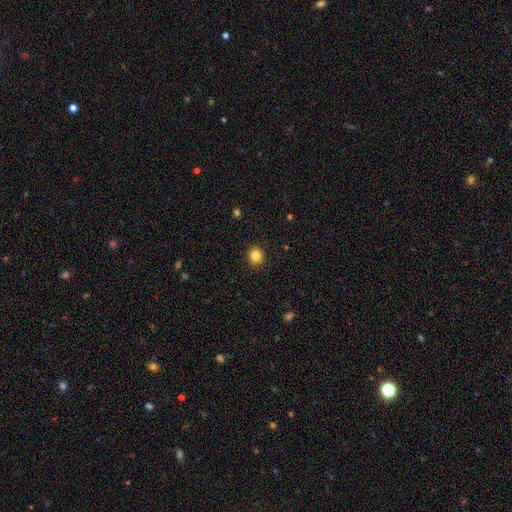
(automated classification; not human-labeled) A smooth galaxy with no disk features (85%) that is round (69%).

Vote fractions:
- Smooth or featured? smooth: 85% / star or artifact: 10% / featured or disk: 5%
- How rounded? round: 69% / in between: 30% / cigar-shaped: 1%
- Merging? none: 91% / minor disturbance: 6% / major disturbance: 2% / merger: 1%